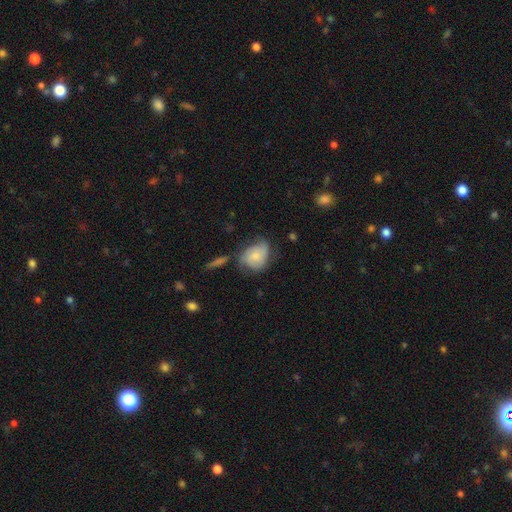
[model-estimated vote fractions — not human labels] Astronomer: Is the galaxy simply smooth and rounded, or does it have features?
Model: smooth — 53% (runner-up: featured or disk, 40%).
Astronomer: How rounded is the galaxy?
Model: in between — 57% (runner-up: round, 42%).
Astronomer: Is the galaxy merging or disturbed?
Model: none — 43% (runner-up: minor disturbance, 33%).